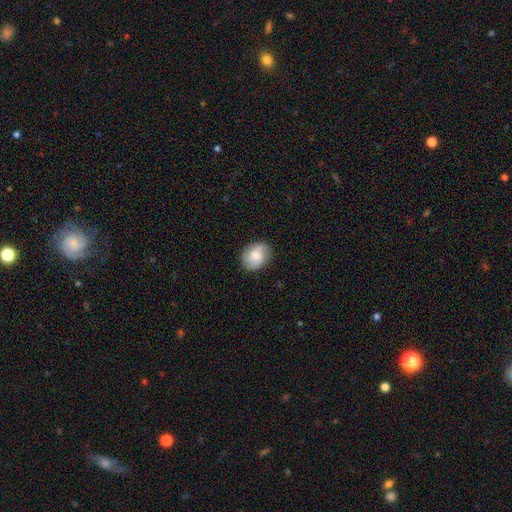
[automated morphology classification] smooth_or_featured: smooth (p=0.67) [alt: featured or disk p=0.25]
how_rounded: in between (p=0.58) [alt: round p=0.41]
merging: none (p=0.79) [alt: minor disturbance p=0.16]